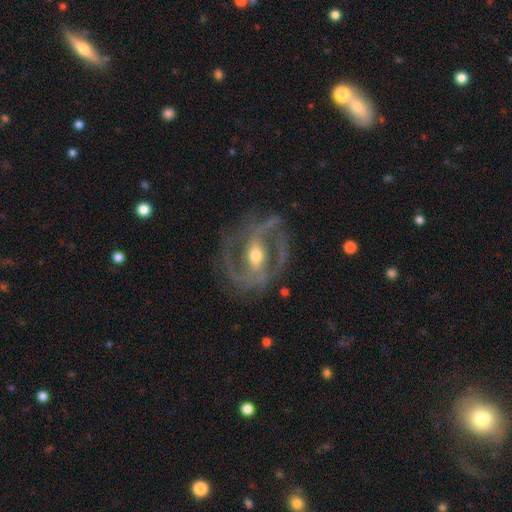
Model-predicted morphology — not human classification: This is clearly a featured or disk galaxy (90%). It is clearly not viewed edge-on (96%). Bar: possibly strong (55%). Spiral arm pattern: clearly yes (95%). Spiral arm count: likely 2 (76%). Spiral winding: possibly medium (54%). Central bulge: likely moderate (64%). Merging: likely none (72%).